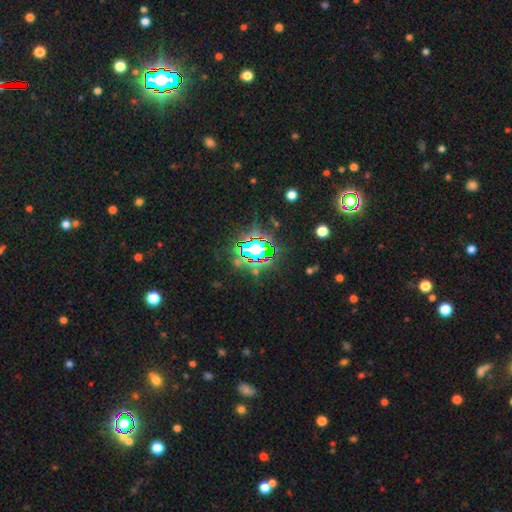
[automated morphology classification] Smooth or featured?
  - star or artifact: 78% *
  - smooth: 12%
  - featured or disk: 10%